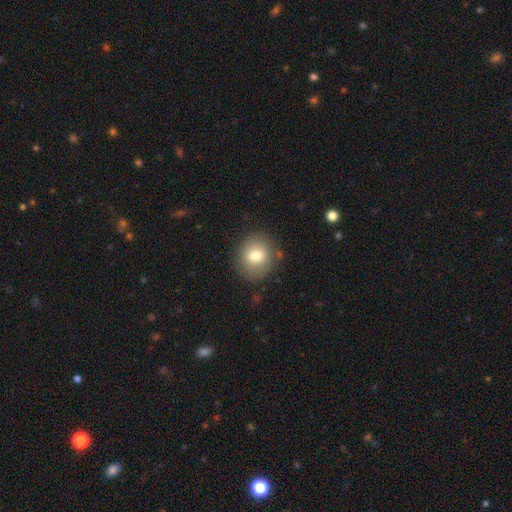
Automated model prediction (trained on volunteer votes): This appears to be a smooth galaxy with no disk features (75%) that is round (78%). Merging: none (83%).